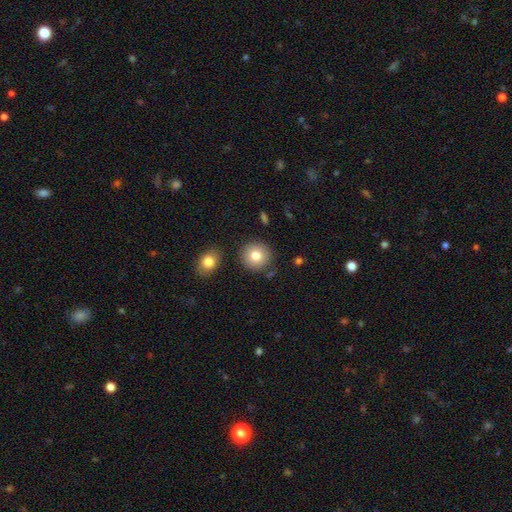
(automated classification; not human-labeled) Morphology: type=smooth (80%); roundness=round (93%); merging=none (86%).